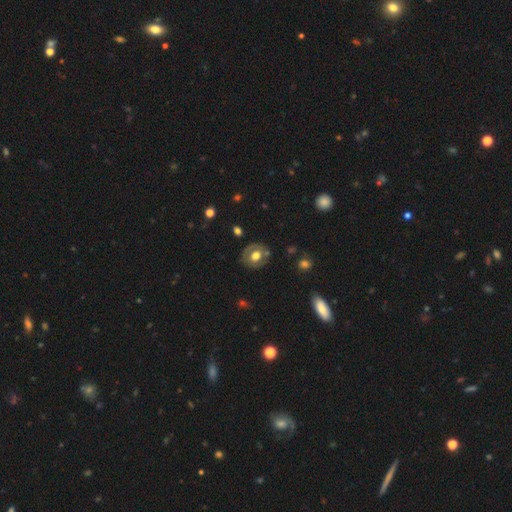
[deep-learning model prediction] This is possibly a smooth galaxy (52%). How rounded: likely round (71%). Merging: likely none (76%).